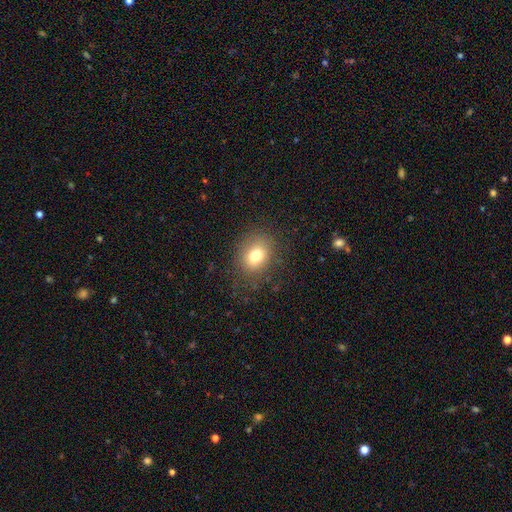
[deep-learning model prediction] A smooth galaxy with no disk features (77%) that is round (56%). Merging: none (81%).